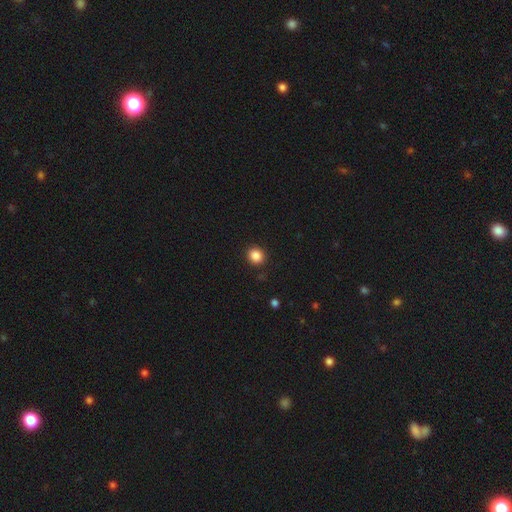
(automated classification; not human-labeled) Q: Smooth or featured?
A: smooth (86%); runner-up: star or artifact (11%)
Q: How rounded?
A: round (85%); runner-up: in between (14%)
Q: Merging?
A: none (91%); runner-up: minor disturbance (6%)